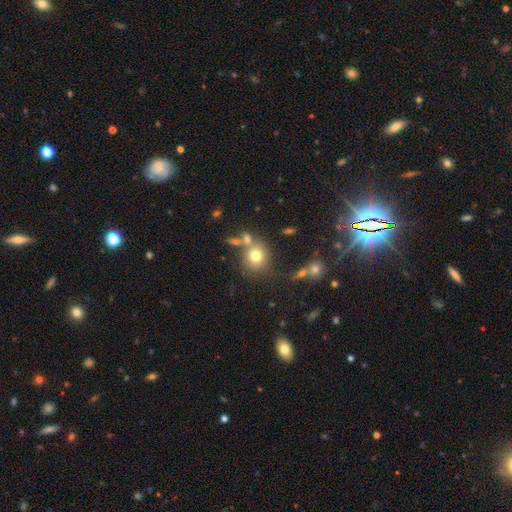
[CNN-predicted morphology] A smooth galaxy with no disk features (74%) that is round (82%).

Vote fractions:
- Smooth or featured? smooth: 74% / star or artifact: 13% / featured or disk: 12%
- How rounded? round: 82% / in between: 17% / cigar-shaped: 1%
- Merging? none: 61% / merger: 22% / minor disturbance: 12% / major disturbance: 6%